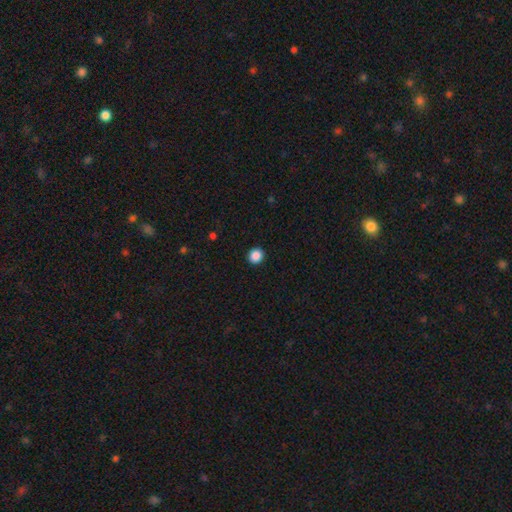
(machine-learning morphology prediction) smooth 88%, star or artifact 10%, featured or disk 2%. Down the decision tree: how rounded — round (90%); merging — none (93%).